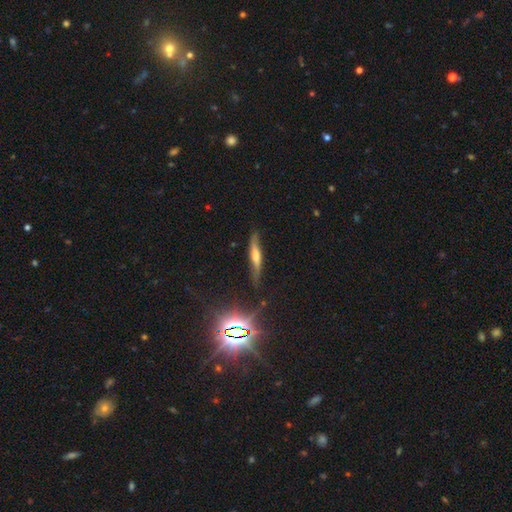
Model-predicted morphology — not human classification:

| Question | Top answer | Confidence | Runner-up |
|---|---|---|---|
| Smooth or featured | featured or disk | 50% | smooth (25%) |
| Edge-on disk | yes | 87% | no (13%) |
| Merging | none | 75% | minor disturbance (18%) |